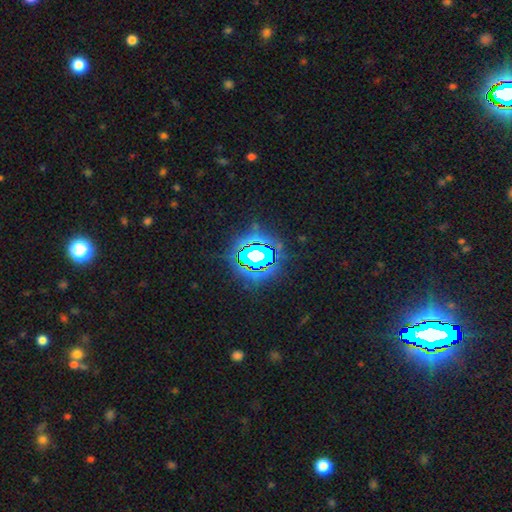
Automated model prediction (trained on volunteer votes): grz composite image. It shows a star or artifact, not a galaxy (70%).